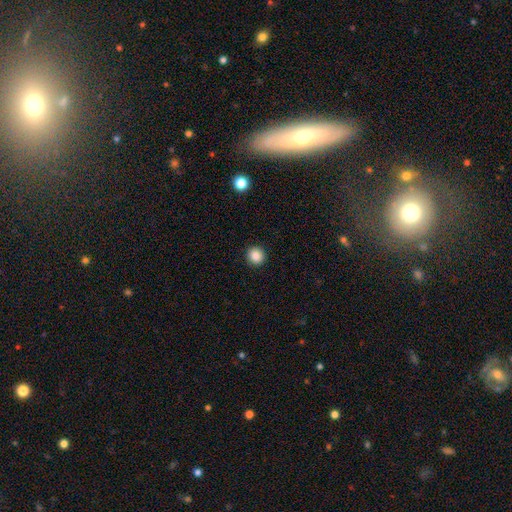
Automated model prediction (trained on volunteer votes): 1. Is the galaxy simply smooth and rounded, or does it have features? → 87% smooth, 10% star or artifact, 3% featured or disk.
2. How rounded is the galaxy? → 92% round, 7% in between, 1% cigar-shaped.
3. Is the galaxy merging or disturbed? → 93% none, 5% minor disturbance, 2% major disturbance, 1% merger.